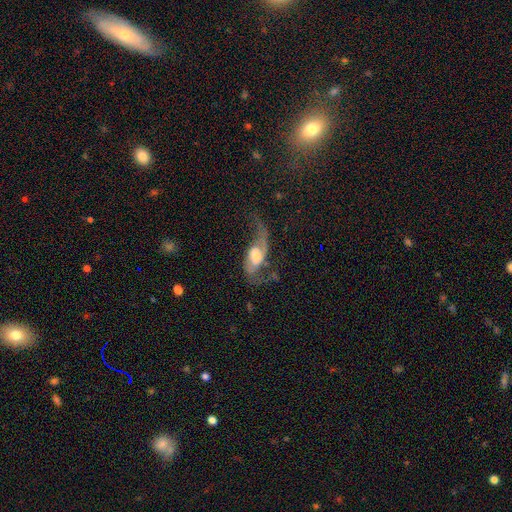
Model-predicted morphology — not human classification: This is likely a featured or disk galaxy (77%). It is clearly not viewed edge-on (93%). Bar: possibly no (47%). Spiral arm pattern: clearly yes (91%). Spiral arm count: clearly 2 (81%). Spiral winding: likely loose (65%). Central bulge: possibly moderate (51%). Merging: marginally none (42%).